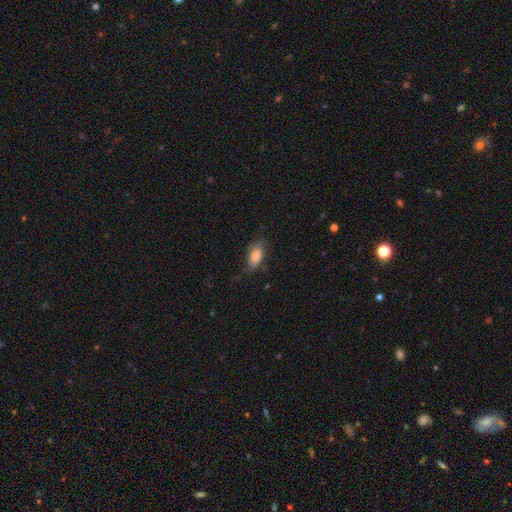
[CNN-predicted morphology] A smooth galaxy with no disk features (80%) that is in between round and cigar-shaped (87%).

Vote fractions:
- Smooth or featured? smooth: 80% / featured or disk: 13% / star or artifact: 7%
- How rounded? in between: 87% / cigar-shaped: 9% / round: 3%
- Merging? none: 66% / minor disturbance: 25% / major disturbance: 7% / merger: 2%